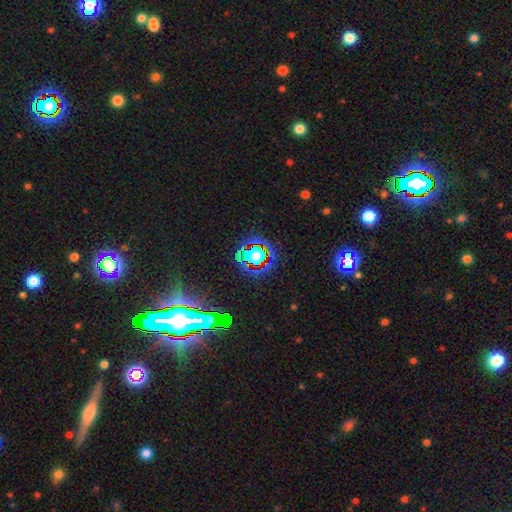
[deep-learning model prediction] Morphology: type=star or artifact (57%).